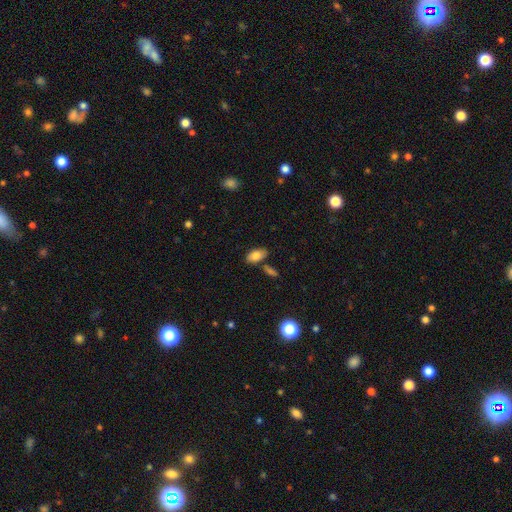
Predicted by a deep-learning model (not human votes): This is clearly a smooth galaxy (80%). How rounded: clearly in between (92%). Merging: likely none (75%).